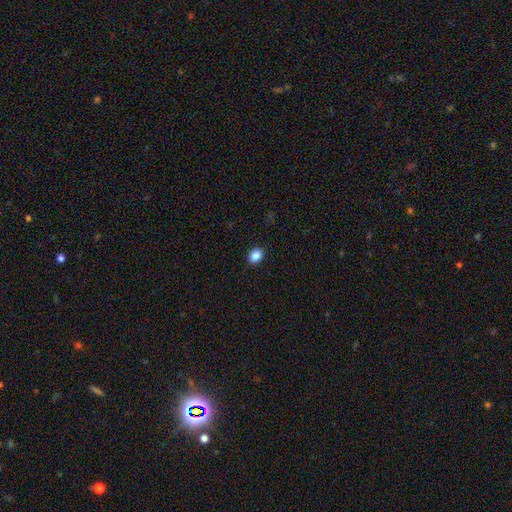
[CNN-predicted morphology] smooth-or-featured: smooth: 88% | star or artifact: 9% | featured or disk: 3%
  how-rounded: in between: 67% | round: 32% | cigar-shaped: 1%
  merging: none: 89% | minor disturbance: 8% | major disturbance: 2% | merger: 1%